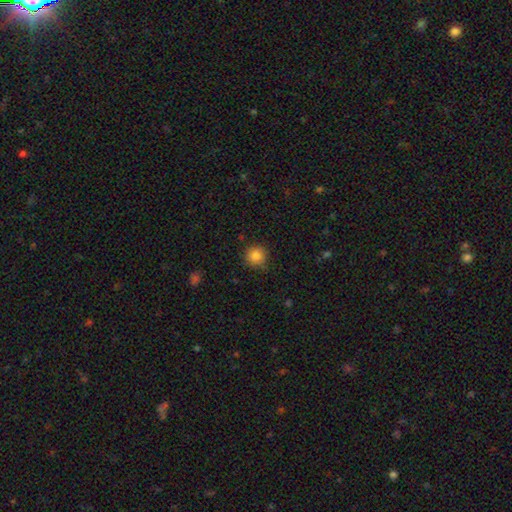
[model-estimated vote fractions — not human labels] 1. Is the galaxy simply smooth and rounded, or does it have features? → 85% smooth, 11% star or artifact, 4% featured or disk.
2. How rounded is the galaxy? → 94% round, 5% in between, 1% cigar-shaped.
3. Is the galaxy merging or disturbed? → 85% none, 11% minor disturbance, 2% major disturbance, 1% merger.